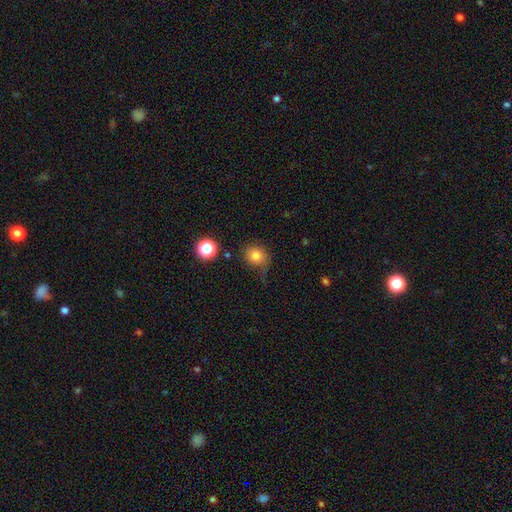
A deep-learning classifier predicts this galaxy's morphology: Smooth or featured? smooth (78%)
How rounded? round (77%)
Merging? none (62%)